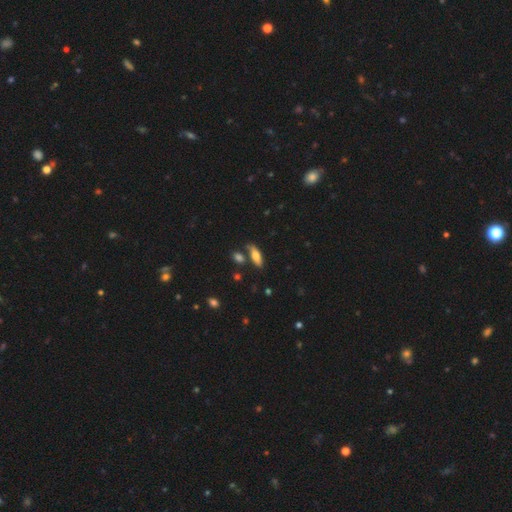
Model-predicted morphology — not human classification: smooth_or_featured: smooth (p=0.69) [alt: featured or disk p=0.23]
how_rounded: in between (p=0.65) [alt: cigar-shaped p=0.32]
merging: none (p=0.67) [alt: minor disturbance p=0.16]